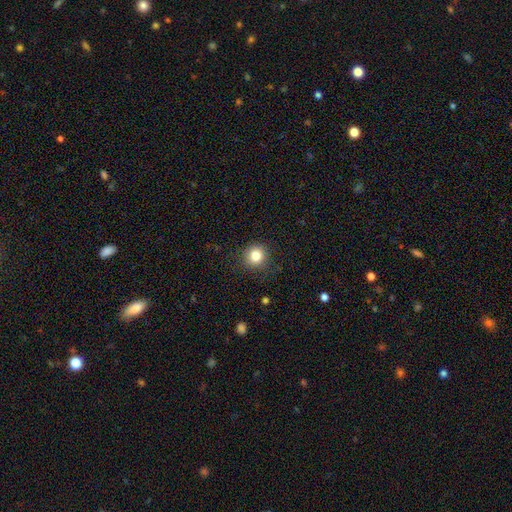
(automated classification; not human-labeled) This is clearly a smooth galaxy (83%). How rounded: clearly round (93%). Merging: clearly none (89%).